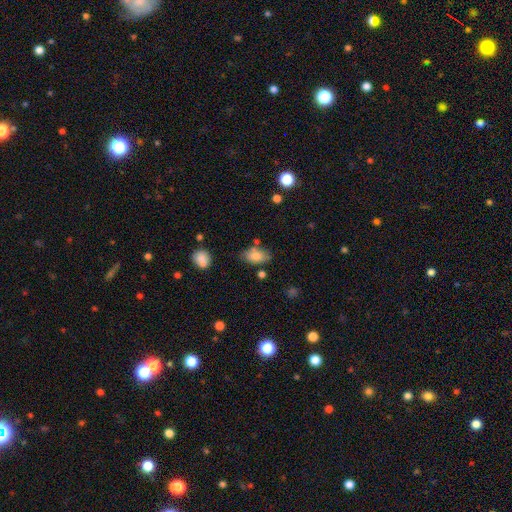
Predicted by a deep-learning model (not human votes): The model was most divided on "merging": none: 69%, minor disturbance: 18%, merger: 8%, major disturbance: 5%. More confident: how rounded — in between (90%); smooth or featured — smooth (80%).